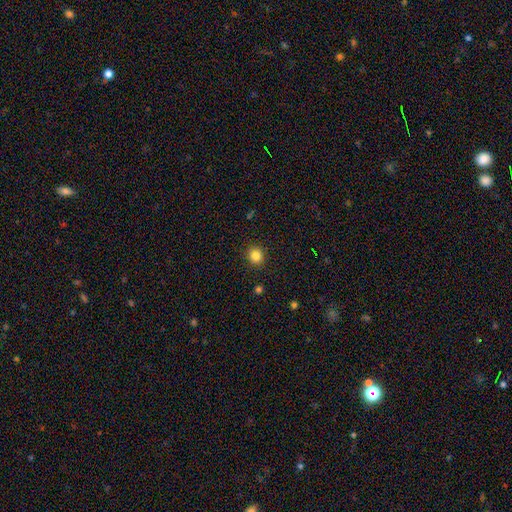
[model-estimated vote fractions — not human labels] The model was most divided on "how rounded": round: 85%, in between: 14%, cigar-shaped: 1%. More confident: merging — none (91%); smooth or featured — smooth (83%).